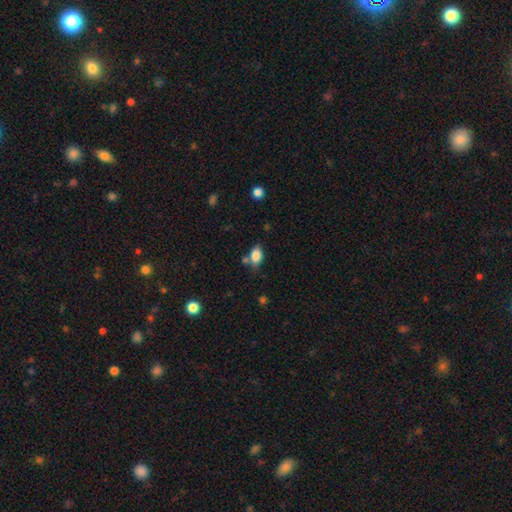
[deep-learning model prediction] Smooth or featured? Predicted: smooth (p=0.84). How rounded? Predicted: in between (p=0.88). Merging? Predicted: none (p=0.63).